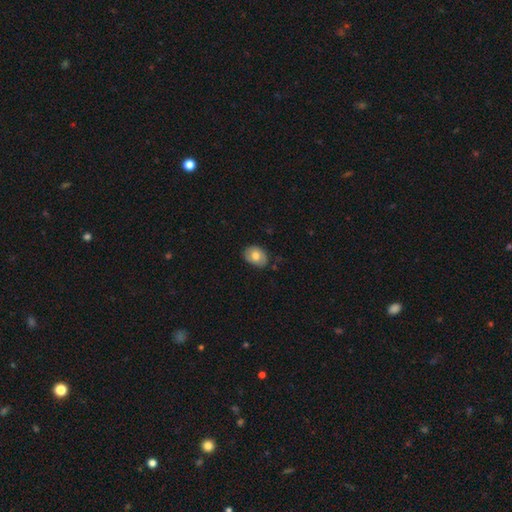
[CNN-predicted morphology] Smooth or featured: smooth — 69% (featured or disk — 24%)
How rounded: in between — 69% (round — 30%)
Merging: none — 77% (minor disturbance — 18%)